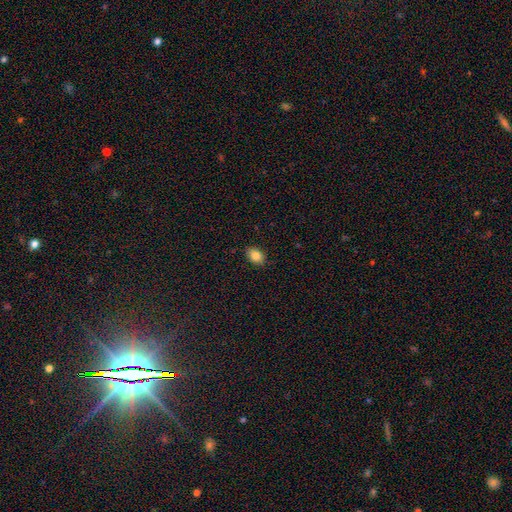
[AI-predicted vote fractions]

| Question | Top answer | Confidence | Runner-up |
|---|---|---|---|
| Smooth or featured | smooth | 84% | star or artifact (9%) |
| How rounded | in between | 77% | round (21%) |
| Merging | none | 88% | minor disturbance (10%) |